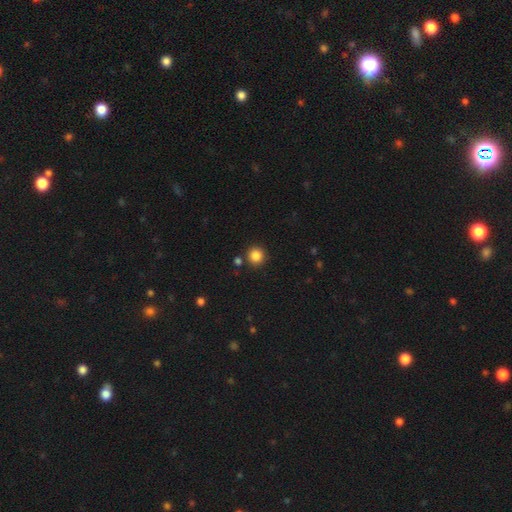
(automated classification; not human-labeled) This is clearly a smooth galaxy (86%). How rounded: clearly round (93%). Merging: clearly none (87%).